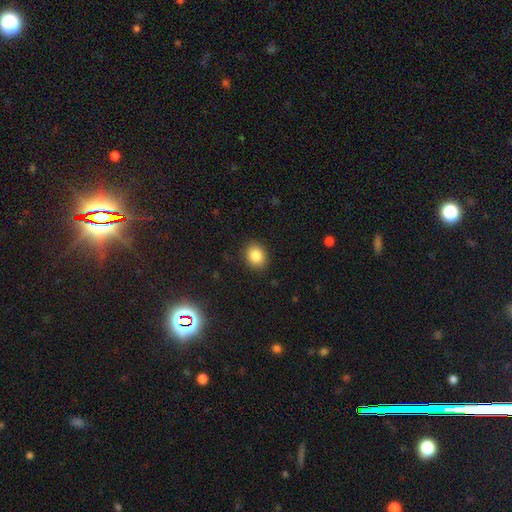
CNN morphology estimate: This is clearly a smooth galaxy (84%). How rounded: likely round (61%). Merging: clearly none (89%).